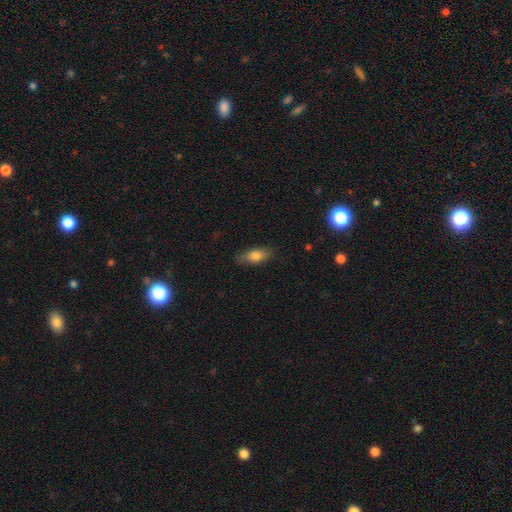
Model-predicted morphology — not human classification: Q: Smooth or featured?
A: smooth (79%); runner-up: featured or disk (14%)
Q: How rounded?
A: in between (80%); runner-up: cigar-shaped (16%)
Q: Merging?
A: none (76%); runner-up: minor disturbance (19%)